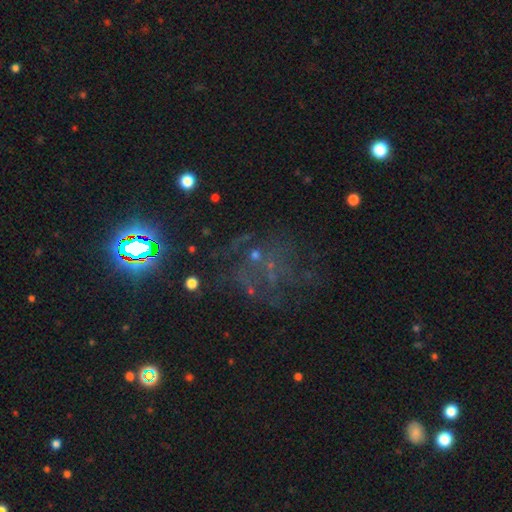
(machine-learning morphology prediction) Smooth or featured?
  - star or artifact: 43% *
  - featured or disk: 36%
  - smooth: 21%